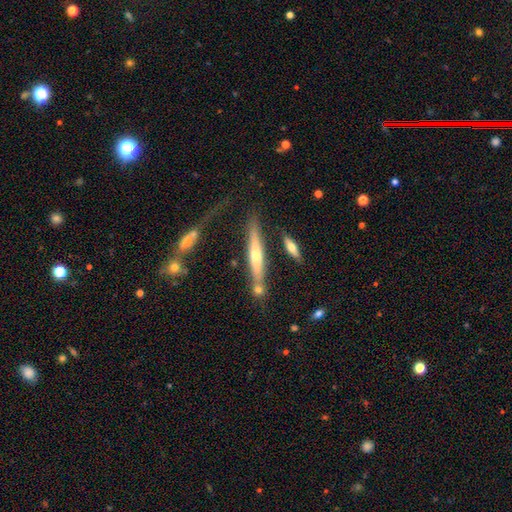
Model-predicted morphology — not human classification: Smooth or featured: featured or disk — 57% (smooth — 35%)
Edge-on disk: yes — 91% (no — 9%)
Edge-on bulge: rounded — 73% (none — 20%)
Merging: none — 65% (minor disturbance — 17%)